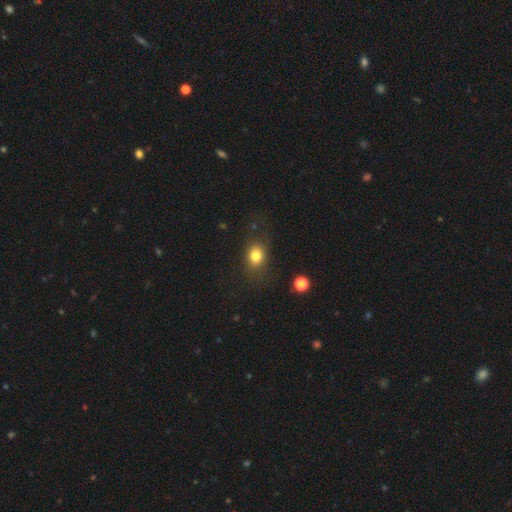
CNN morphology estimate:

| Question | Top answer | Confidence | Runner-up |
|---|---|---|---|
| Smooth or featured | smooth | 80% | star or artifact (12%) |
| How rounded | in between | 50% | round (49%) |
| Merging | none | 77% | minor disturbance (14%) |